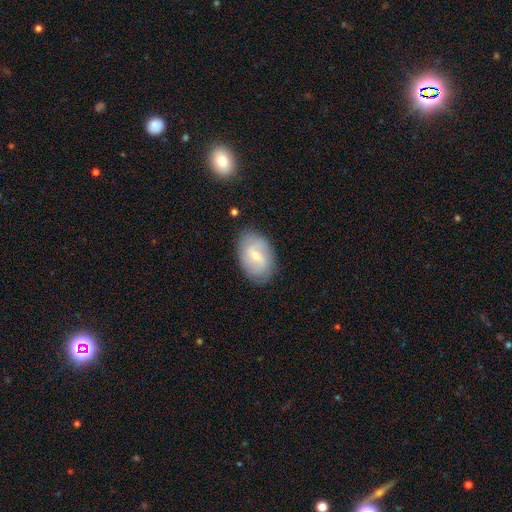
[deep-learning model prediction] Smooth or featured?
  - featured or disk: 49% *
  - smooth: 44%
  - star or artifact: 7%
Merging?
  - none: 81% *
  - minor disturbance: 14%
  - major disturbance: 4%
  - merger: 1%